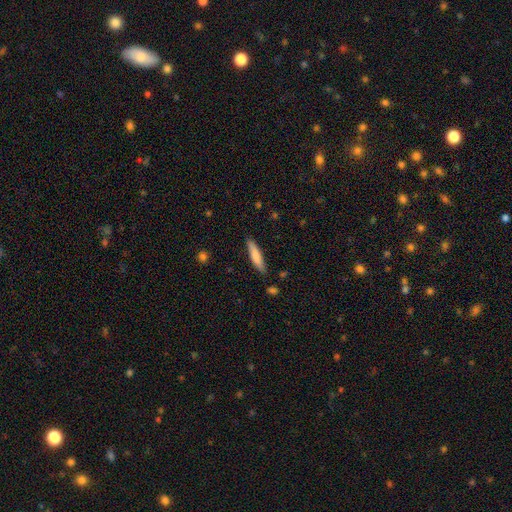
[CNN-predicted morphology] Smooth or featured? Predicted: smooth (p=0.75). How rounded? Predicted: cigar-shaped (p=0.82). Merging? Predicted: none (p=0.85).